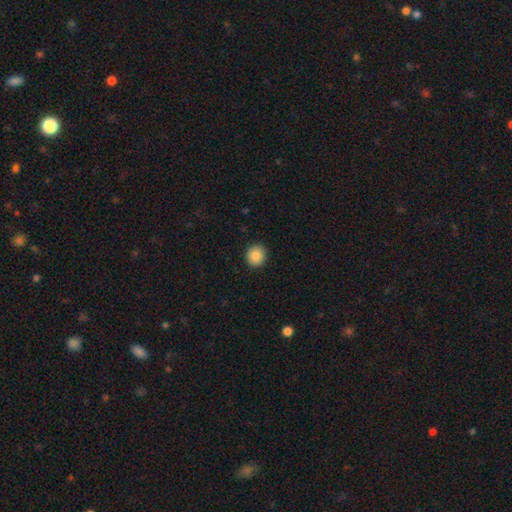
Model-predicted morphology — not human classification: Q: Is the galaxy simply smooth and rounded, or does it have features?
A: smooth — 87%.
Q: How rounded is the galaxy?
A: round — 90%.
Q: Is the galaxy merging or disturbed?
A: none — 91%.